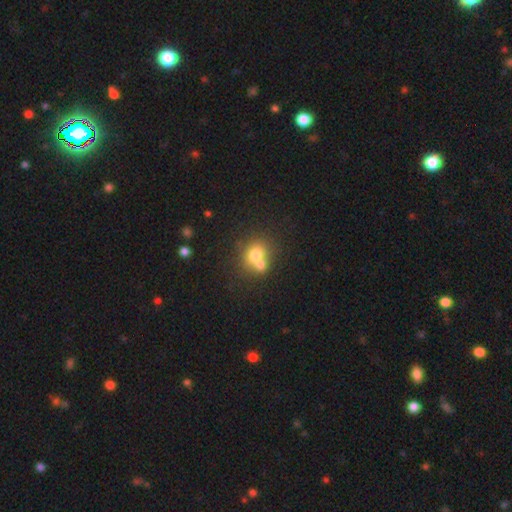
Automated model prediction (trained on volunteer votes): This appears to be a smooth galaxy with no disk features (71%) that is round (71%). Merging: merger (52%).